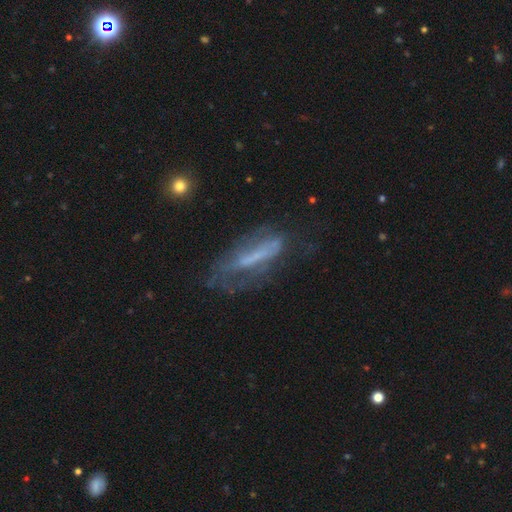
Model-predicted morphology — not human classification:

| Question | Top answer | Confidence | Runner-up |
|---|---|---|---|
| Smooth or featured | featured or disk | 57% | smooth (32%) |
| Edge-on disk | no | 68% | yes (32%) |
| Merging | none | 44% | major disturbance (27%) |